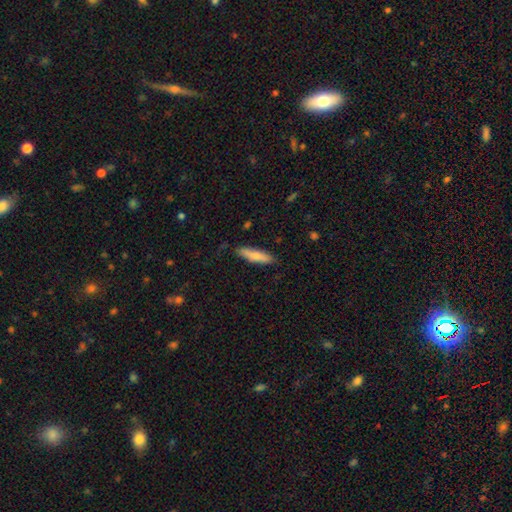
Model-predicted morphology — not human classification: type=smooth (75%); roundness=cigar-shaped (71%); merging=none (82%).